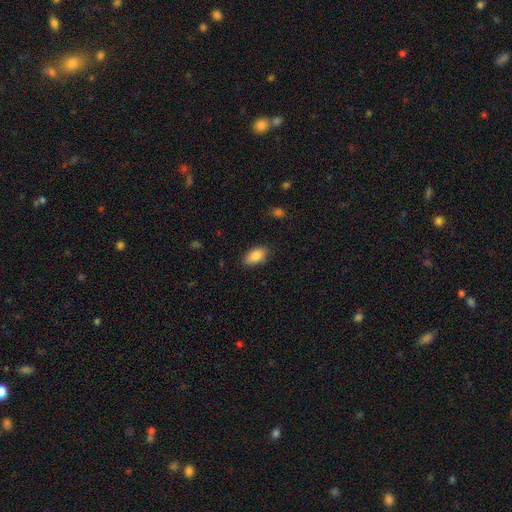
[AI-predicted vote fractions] A smooth galaxy with no disk features (85%) that is in between round and cigar-shaped (91%).

Vote fractions:
- Smooth or featured? smooth: 85% / featured or disk: 8% / star or artifact: 7%
- How rounded? in between: 91% / round: 5% / cigar-shaped: 4%
- Merging? none: 84% / minor disturbance: 12% / major disturbance: 3% / merger: 1%